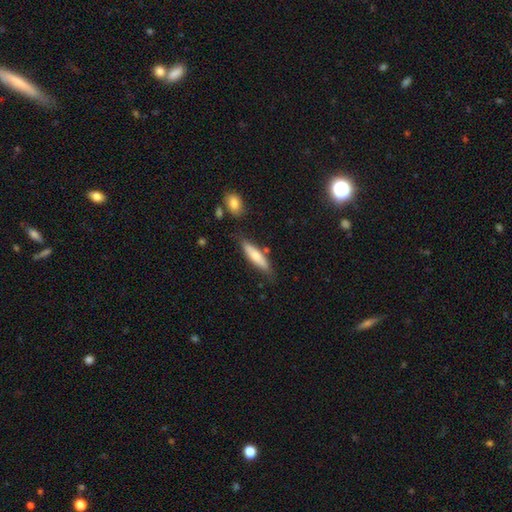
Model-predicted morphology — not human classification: smooth-or-featured: smooth: 66% | featured or disk: 28% | star or artifact: 6%
  how-rounded: cigar-shaped: 70% | in between: 28% | round: 2%
  merging: none: 74% | minor disturbance: 17% | merger: 6% | major disturbance: 4%